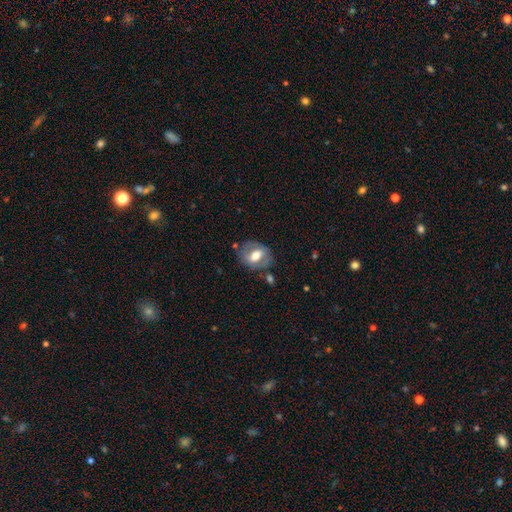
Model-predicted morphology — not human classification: Smooth or featured? Predicted: featured or disk (p=0.47, tied with smooth). Merging? Predicted: none (p=0.68).